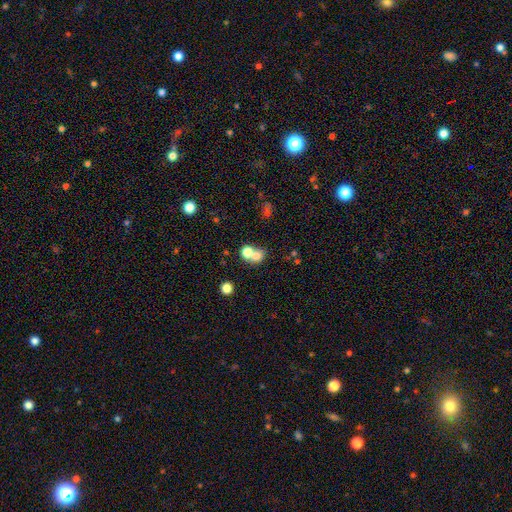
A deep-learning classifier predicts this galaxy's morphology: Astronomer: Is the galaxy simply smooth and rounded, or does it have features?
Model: smooth — 71%.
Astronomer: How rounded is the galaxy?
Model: round — 67%.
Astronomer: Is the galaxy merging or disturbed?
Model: merger — 57%.